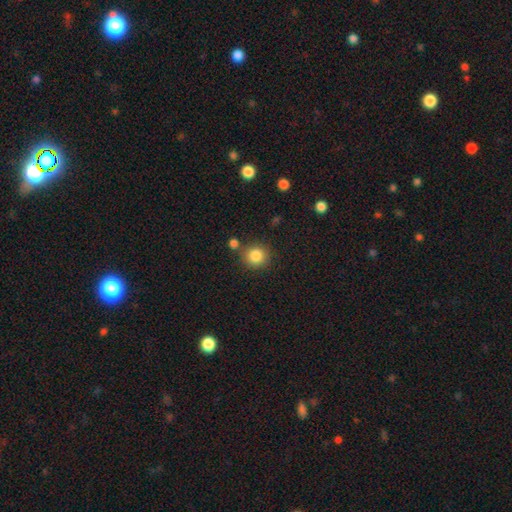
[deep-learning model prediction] Q: Smooth or featured?
A: smooth (85%); runner-up: star or artifact (10%)
Q: How rounded?
A: round (91%); runner-up: in between (8%)
Q: Merging?
A: none (79%); runner-up: minor disturbance (9%)